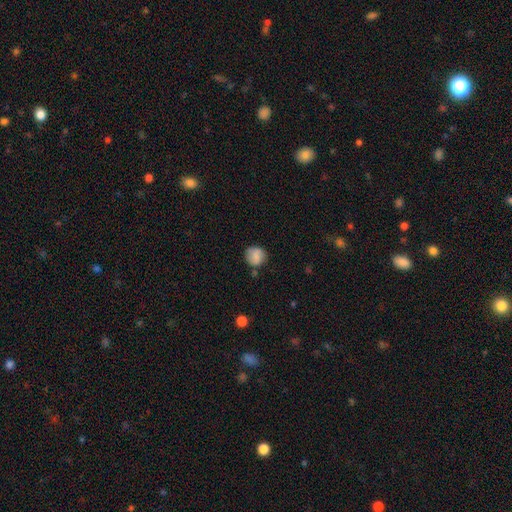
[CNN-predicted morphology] smooth-or-featured: smooth: 76% | featured or disk: 15% | star or artifact: 9%
  how-rounded: round: 85% | in between: 14% | cigar-shaped: 1%
  merging: none: 75% | minor disturbance: 17% | major disturbance: 4% | merger: 4%